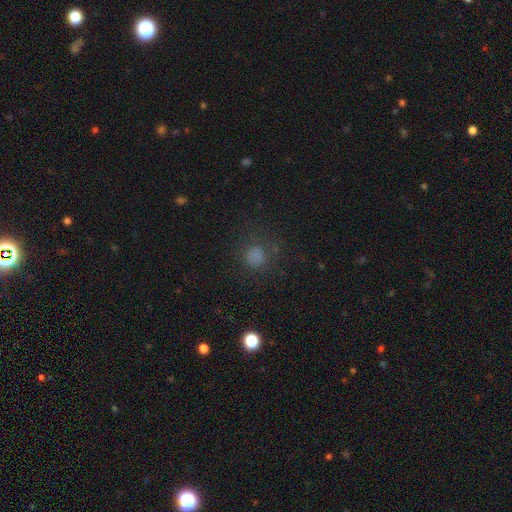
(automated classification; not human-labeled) A smooth galaxy with no disk features (74%) that is round (88%).

Vote fractions:
- Smooth or featured? smooth: 74% / star or artifact: 19% / featured or disk: 7%
- How rounded? round: 88% / in between: 11% / cigar-shaped: 1%
- Merging? none: 73% / minor disturbance: 15% / major disturbance: 10% / merger: 2%